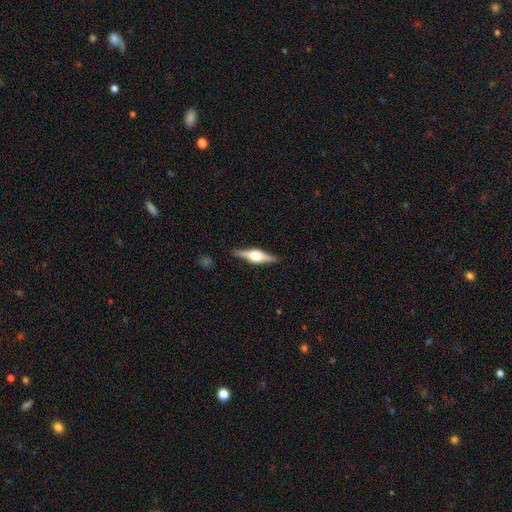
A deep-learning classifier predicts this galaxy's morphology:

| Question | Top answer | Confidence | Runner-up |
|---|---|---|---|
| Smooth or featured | featured or disk | 75% | smooth (19%) |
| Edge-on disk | yes | 97% | no (3%) |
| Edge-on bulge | rounded | 93% | boxy (6%) |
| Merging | none | 89% | minor disturbance (8%) |